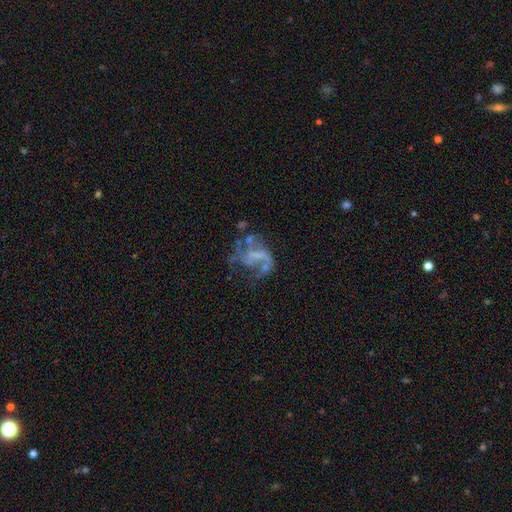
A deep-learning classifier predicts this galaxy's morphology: type=featured or disk (68%); edge-on=no (98%); bar=no (59%); spiral arms=no (51%); bulge=none (60%); merging=major disturbance (42%).